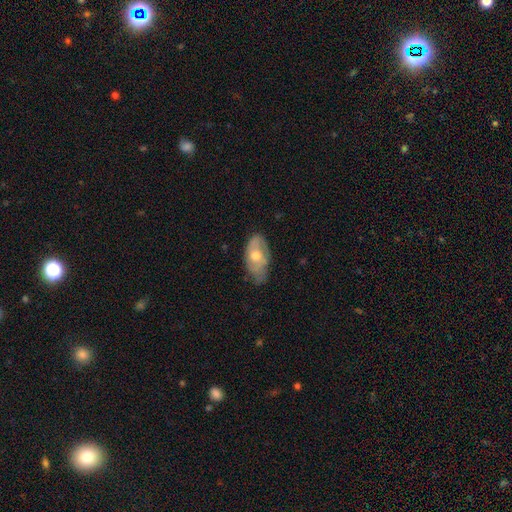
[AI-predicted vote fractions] Q: Smooth or featured?
A: featured or disk (48%); runner-up: smooth (46%)
Q: Merging?
A: none (58%); runner-up: minor disturbance (33%)